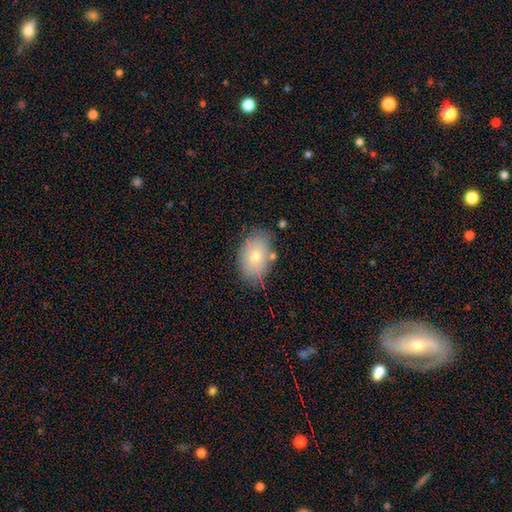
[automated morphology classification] smooth-or-featured: smooth: 70% | featured or disk: 22% | star or artifact: 9%
  how-rounded: in between: 85% | round: 14% | cigar-shaped: 1%
  merging: none: 75% | minor disturbance: 17% | merger: 4% | major disturbance: 4%